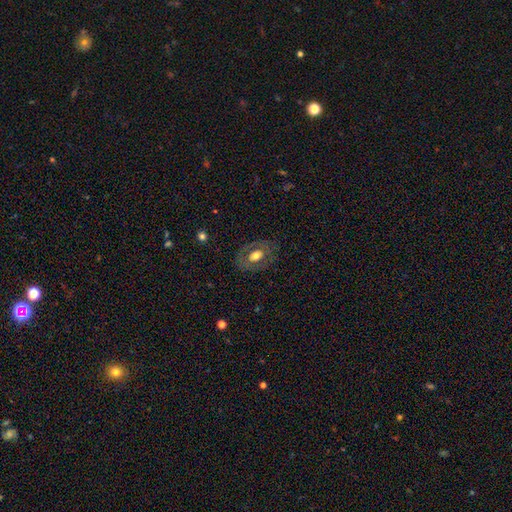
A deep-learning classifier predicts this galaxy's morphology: This appears to be a smooth galaxy with no disk features (47%). Merging: none (76%).